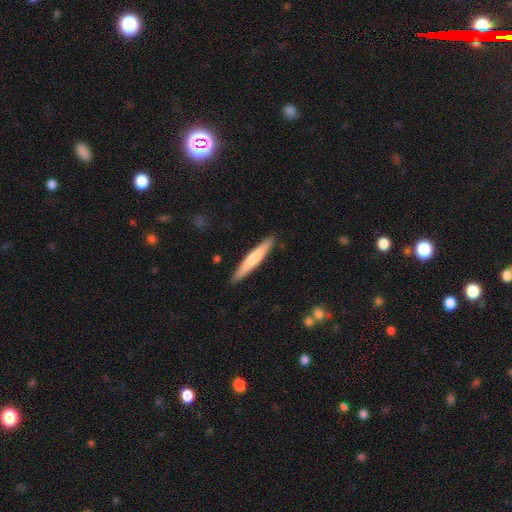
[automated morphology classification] smooth 70%, featured or disk 26%, star or artifact 5%. Down the decision tree: how rounded — cigar-shaped (94%); merging — none (90%).